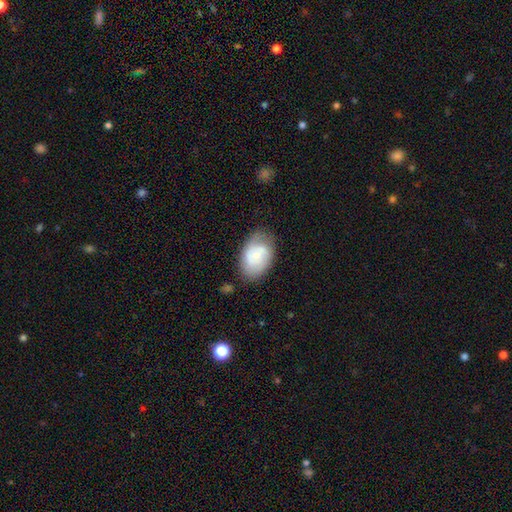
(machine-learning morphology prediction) Smooth or featured: smooth — 51% (featured or disk — 42%)
How rounded: in between — 83% (round — 15%)
Merging: none — 65% (minor disturbance — 24%)